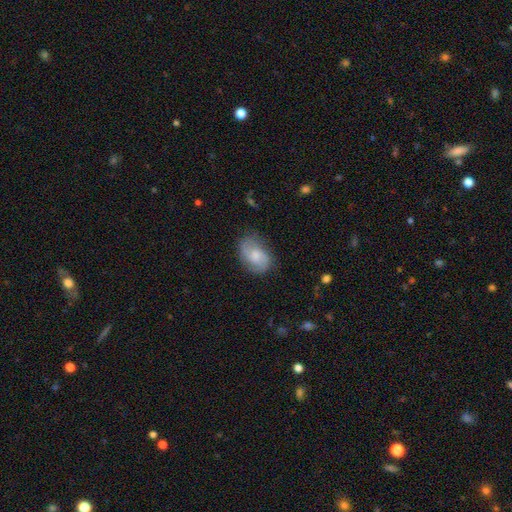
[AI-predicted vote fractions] smooth-or-featured: smooth: 46% (tied) | featured or disk: 46% (tied) | star or artifact: 8%
  merging: none: 68% | minor disturbance: 23% | major disturbance: 8% | merger: 1%